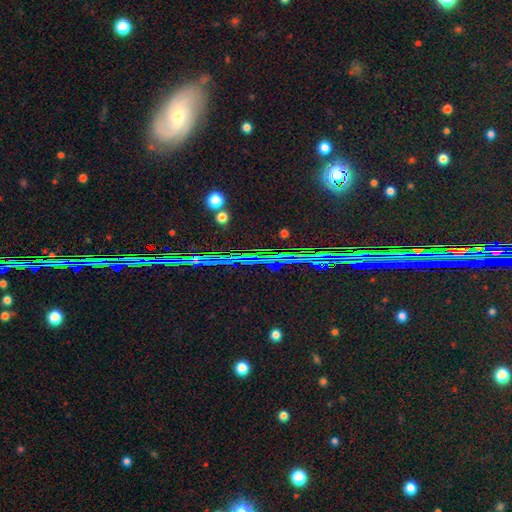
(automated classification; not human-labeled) Q: Smooth or featured?
A: star or artifact (76%); runner-up: featured or disk (12%)